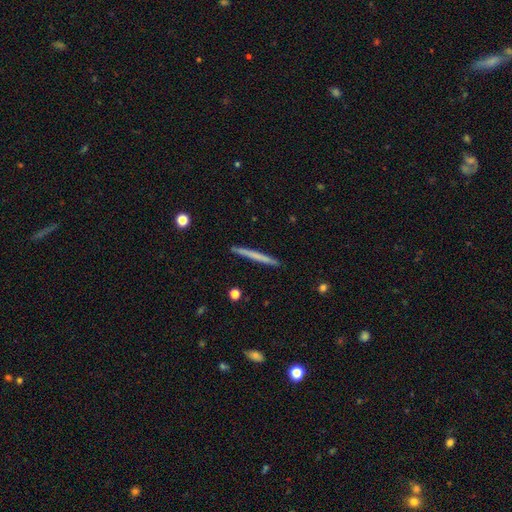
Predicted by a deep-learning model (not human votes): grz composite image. It shows a smooth galaxy with no disk features (57%) that is cigar-shaped (97%). Merging: none (92%).